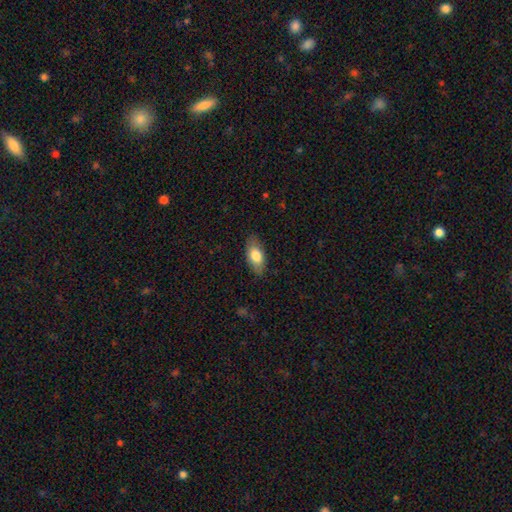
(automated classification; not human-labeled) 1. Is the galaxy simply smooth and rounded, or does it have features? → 78% smooth, 16% featured or disk, 6% star or artifact.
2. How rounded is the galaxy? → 89% in between, 7% cigar-shaped, 4% round.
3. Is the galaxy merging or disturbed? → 83% none, 13% minor disturbance, 3% major disturbance, 1% merger.